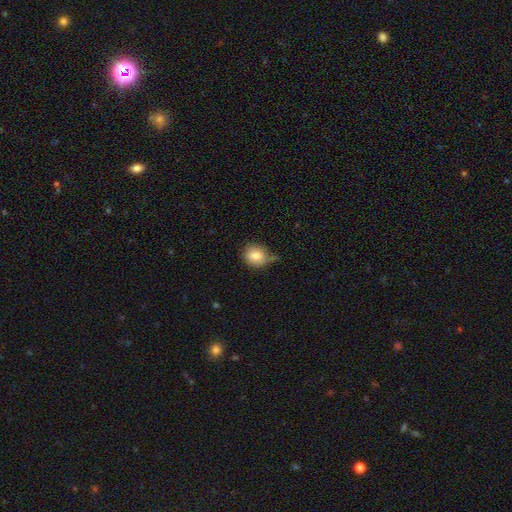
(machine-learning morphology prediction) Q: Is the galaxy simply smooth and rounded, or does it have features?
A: smooth — 84%.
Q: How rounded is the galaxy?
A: round — 74%.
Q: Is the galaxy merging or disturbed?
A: none — 60%.